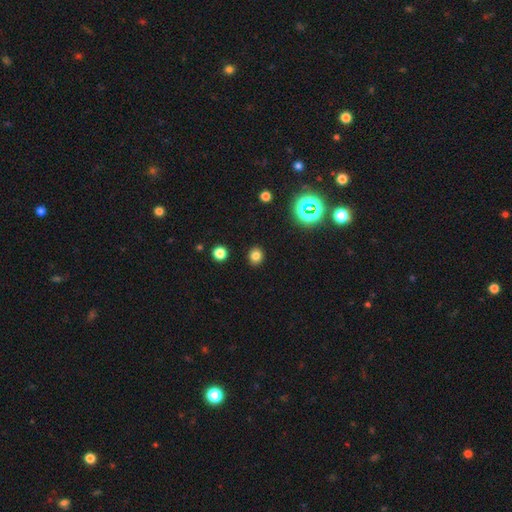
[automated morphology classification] smooth_or_featured: smooth (p=0.78) [alt: star or artifact p=0.16]
how_rounded: round (p=0.74) [alt: in between p=0.25]
merging: none (p=0.91) [alt: minor disturbance p=0.06]